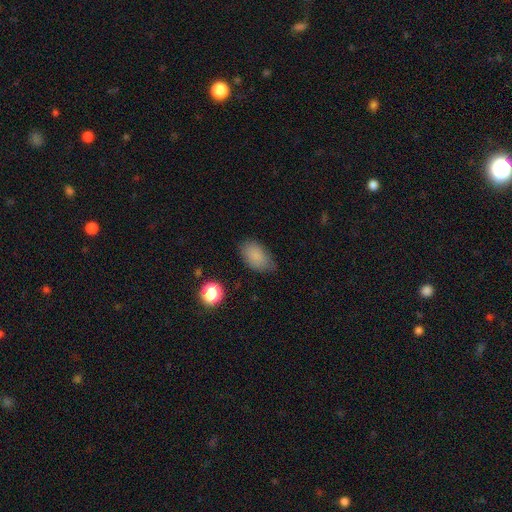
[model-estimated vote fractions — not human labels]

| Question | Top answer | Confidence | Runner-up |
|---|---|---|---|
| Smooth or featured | smooth | 84% | star or artifact (10%) |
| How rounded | in between | 90% | round (8%) |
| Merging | none | 68% | minor disturbance (25%) |